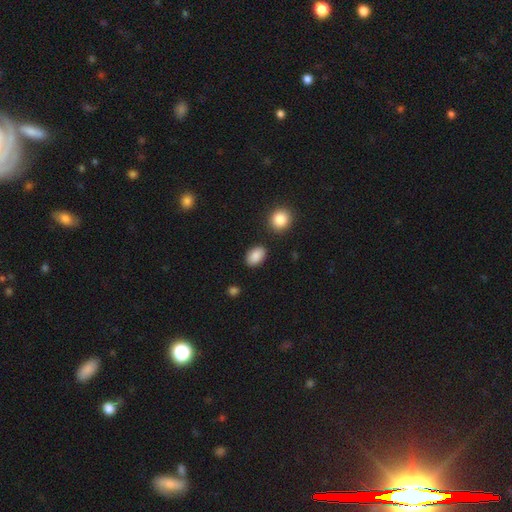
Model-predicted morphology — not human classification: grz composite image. It shows a smooth galaxy with no disk features (88%) that is in between round and cigar-shaped (85%). Merging: none (84%).